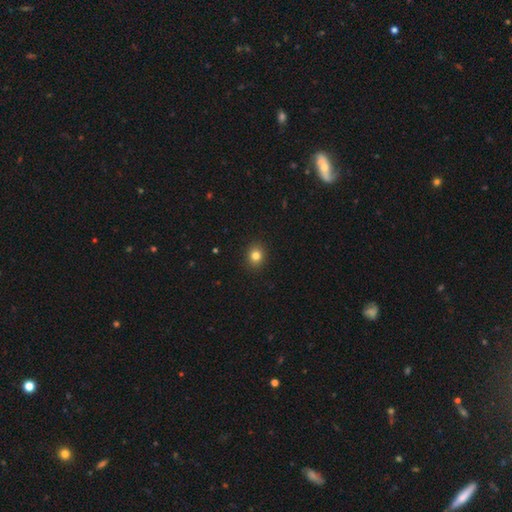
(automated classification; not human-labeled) A smooth galaxy with no disk features (82%) that is round (73%). Merging: none (91%).